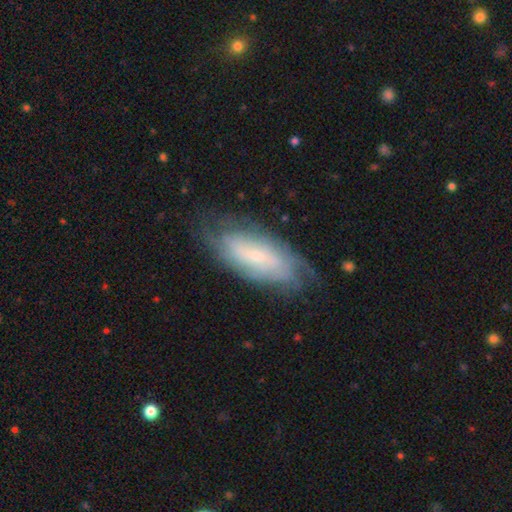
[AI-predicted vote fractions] smooth_or_featured: featured or disk (p=0.64) [alt: smooth p=0.28]
disk_edge_on: no (p=0.87) [alt: yes p=0.13]
bar: no (p=0.50) [alt: weak p=0.39]
has_spiral_arms: yes (p=0.83) [alt: no p=0.17]
bulge_size: small (p=0.64) [alt: moderate p=0.26]
merging: none (p=0.67) [alt: minor disturbance p=0.22]